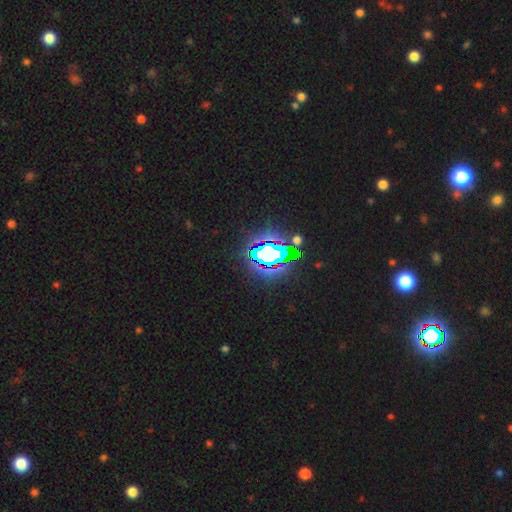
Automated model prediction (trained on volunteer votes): smooth_or_featured: star or artifact (p=0.85) [alt: smooth p=0.09]